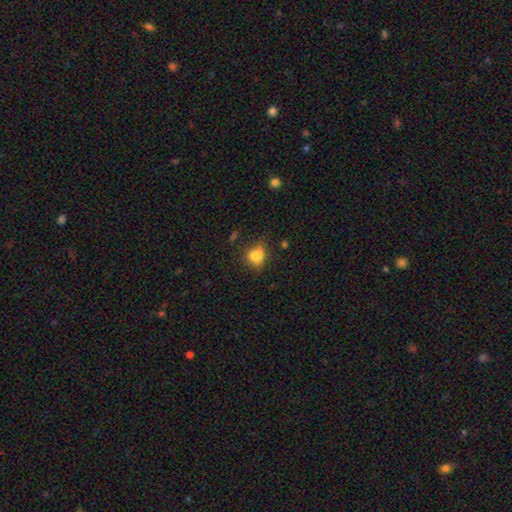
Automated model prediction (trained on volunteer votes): Morphology: type=smooth (80%); roundness=round (57%); merging=none (58%).